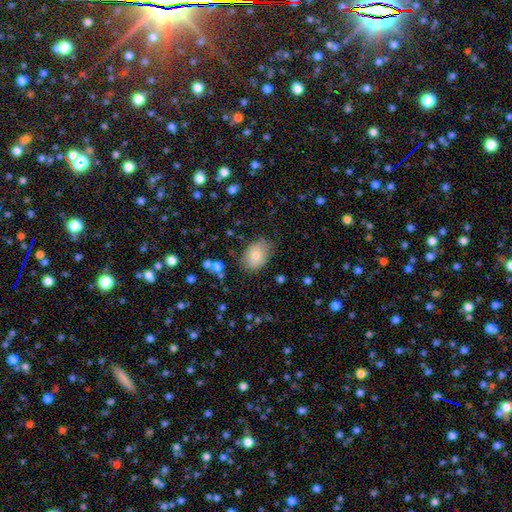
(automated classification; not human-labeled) smooth-or-featured: smooth: 75% | featured or disk: 17% | star or artifact: 8%
  how-rounded: in between: 77% | round: 22% | cigar-shaped: 1%
  merging: none: 72% | minor disturbance: 21% | major disturbance: 5% | merger: 2%